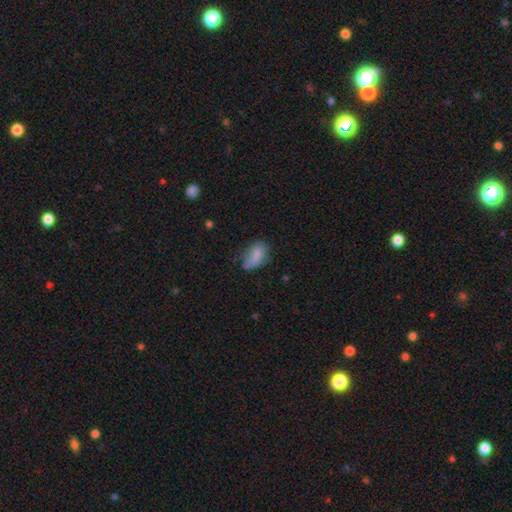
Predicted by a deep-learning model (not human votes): smooth-or-featured: smooth: 76% | featured or disk: 16% | star or artifact: 8%
  how-rounded: in between: 90% | round: 7% | cigar-shaped: 3%
  merging: none: 46% | minor disturbance: 35% | major disturbance: 16% | merger: 3%